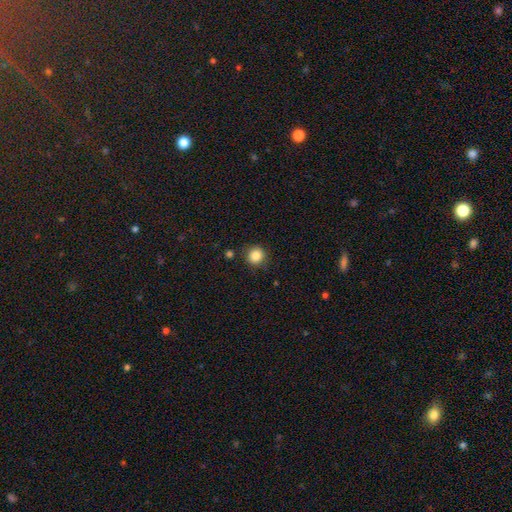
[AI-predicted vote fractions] A smooth galaxy with no disk features (85%) that is round (93%).

Vote fractions:
- Smooth or featured? smooth: 85% / star or artifact: 10% / featured or disk: 4%
- How rounded? round: 93% / in between: 6% / cigar-shaped: 1%
- Merging? none: 87% / minor disturbance: 8% / merger: 2% / major disturbance: 2%